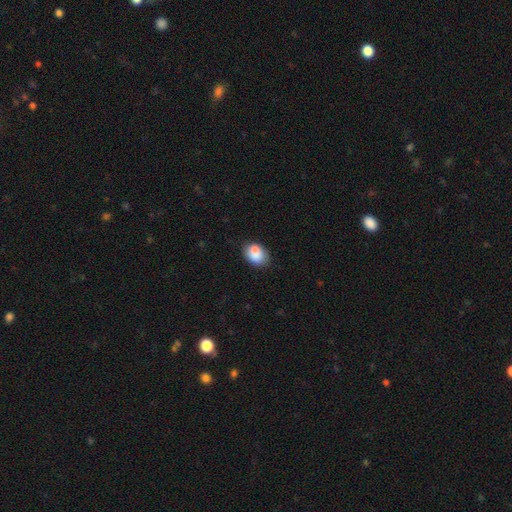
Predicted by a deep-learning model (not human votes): Smooth or featured? Predicted: smooth (p=0.79). How rounded? Predicted: in between (p=0.75). Merging? Predicted: none (p=0.59).